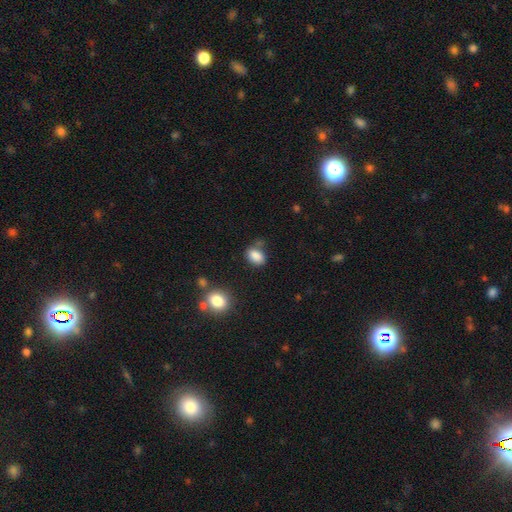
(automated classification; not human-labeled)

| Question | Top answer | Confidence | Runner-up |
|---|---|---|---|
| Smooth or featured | smooth | 85% | star or artifact (10%) |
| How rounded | in between | 81% | round (17%) |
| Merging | none | 63% | minor disturbance (20%) |